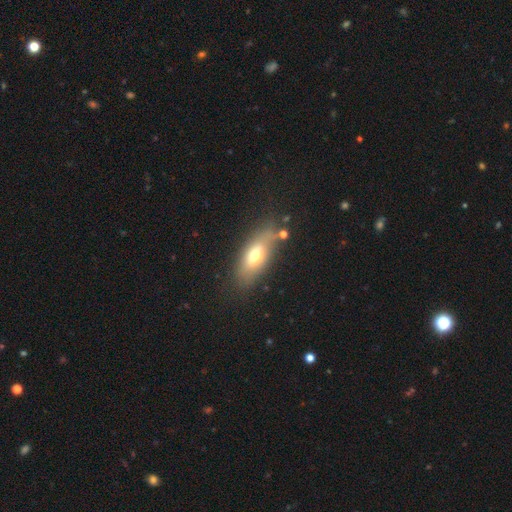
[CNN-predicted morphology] Smooth or featured? smooth (64%)
How rounded? in between (77%)
Merging? none (70%)